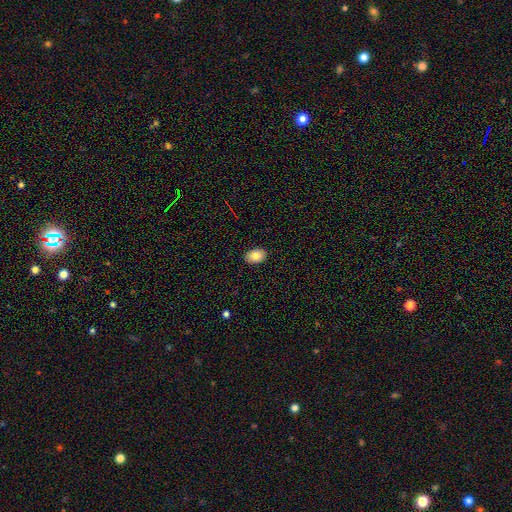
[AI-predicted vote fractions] This is clearly a smooth galaxy (83%). How rounded: clearly in between (84%). Merging: clearly none (90%).